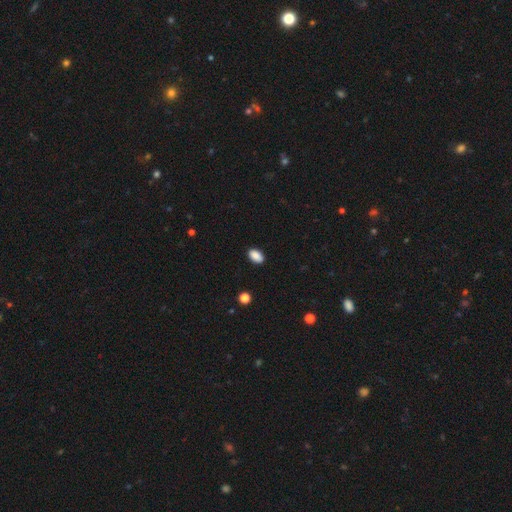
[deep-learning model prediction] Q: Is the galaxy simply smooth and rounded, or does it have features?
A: smooth — 89%.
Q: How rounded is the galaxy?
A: in between — 90%.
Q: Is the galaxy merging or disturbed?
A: none — 88%.